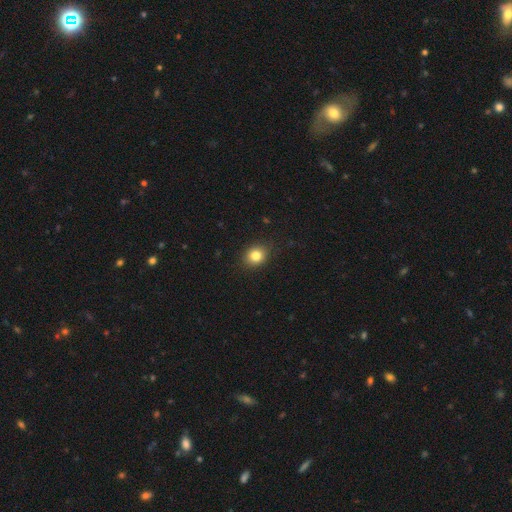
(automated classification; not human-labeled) smooth-or-featured: smooth: 83% | star or artifact: 11% | featured or disk: 7%
  how-rounded: round: 66% | in between: 33% | cigar-shaped: 1%
  merging: none: 87% | minor disturbance: 10% | major disturbance: 2% | merger: 1%